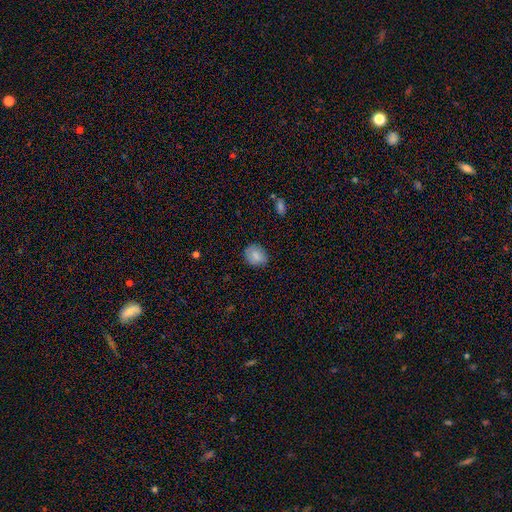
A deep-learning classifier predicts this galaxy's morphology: This appears to be a smooth galaxy with no disk features (85%) that is round (52%). Merging: none (83%).